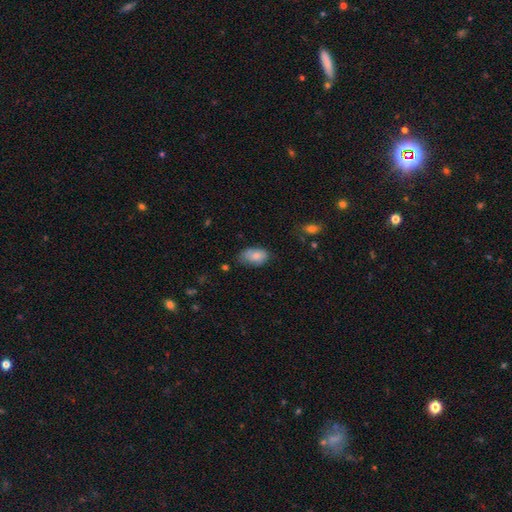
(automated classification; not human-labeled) Smooth or featured?
  - smooth: 80% *
  - featured or disk: 13%
  - star or artifact: 7%
How rounded?
  - in between: 90% *
  - round: 8%
  - cigar-shaped: 2%
Merging?
  - none: 56% *
  - minor disturbance: 33%
  - major disturbance: 9%
  - merger: 2%